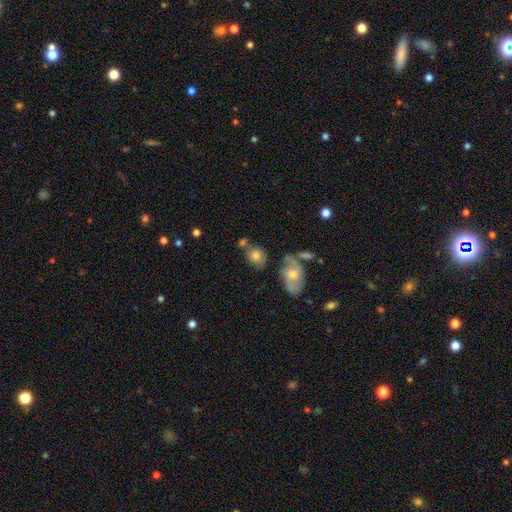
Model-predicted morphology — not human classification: Smooth or featured? smooth (75%)
How rounded? round (57%)
Merging? none (56%)